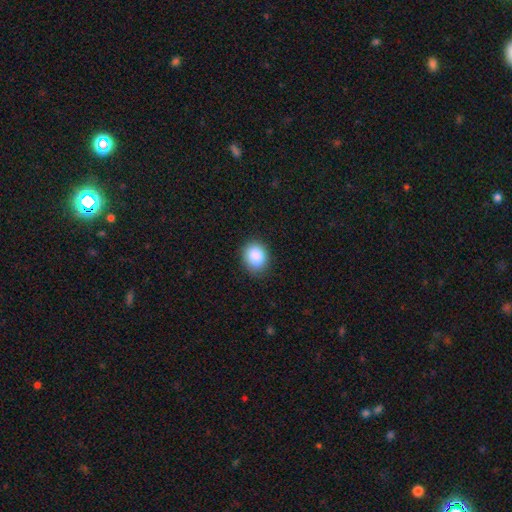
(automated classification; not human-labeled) This appears to be a smooth galaxy with no disk features (88%) that is round (53%). Merging: none (83%).